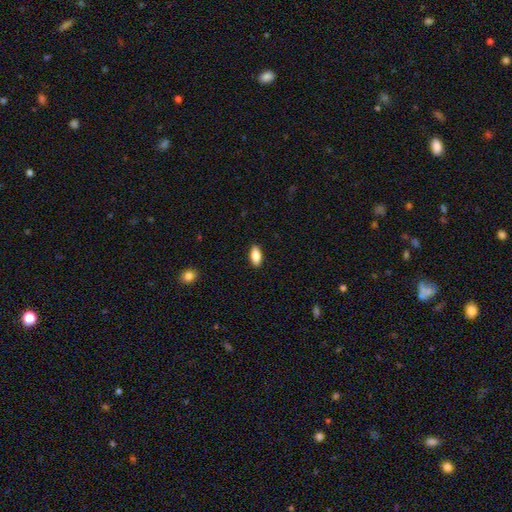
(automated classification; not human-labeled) A smooth galaxy with no disk features (84%) that is in between round and cigar-shaped (88%). Merging: none (89%).